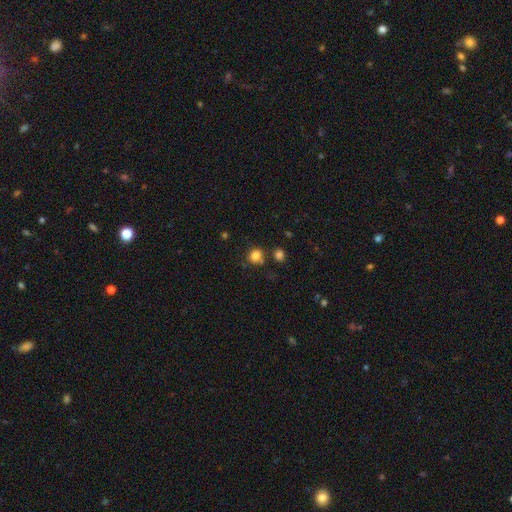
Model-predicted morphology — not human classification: This appears to be a smooth galaxy with no disk features (82%) that is round (81%). Merging: none (70%).